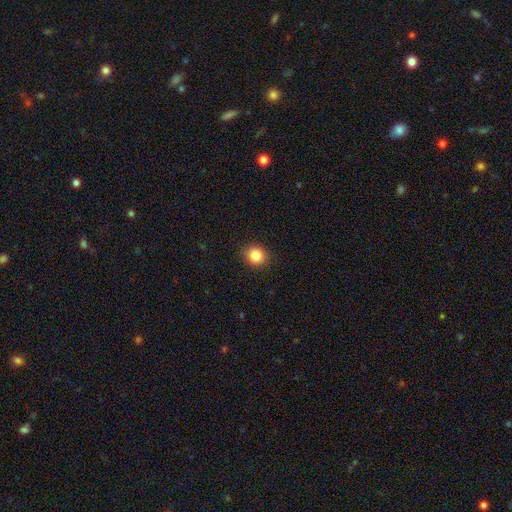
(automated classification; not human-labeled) Q: Smooth or featured?
A: smooth (84%); runner-up: star or artifact (10%)
Q: How rounded?
A: round (80%); runner-up: in between (19%)
Q: Merging?
A: none (89%); runner-up: minor disturbance (8%)